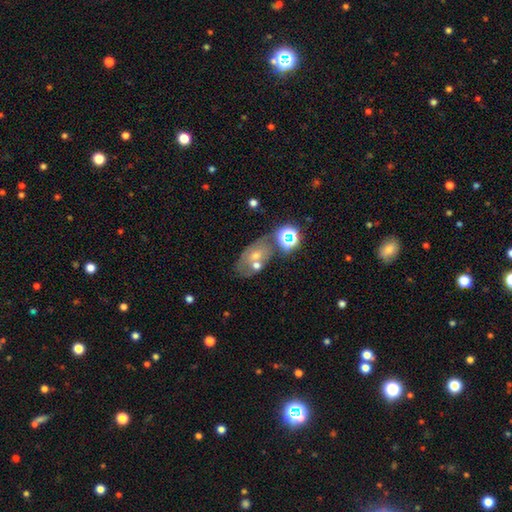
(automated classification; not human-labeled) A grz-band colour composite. It shows a featured or disk galaxy (43%). Merging: none (49%).